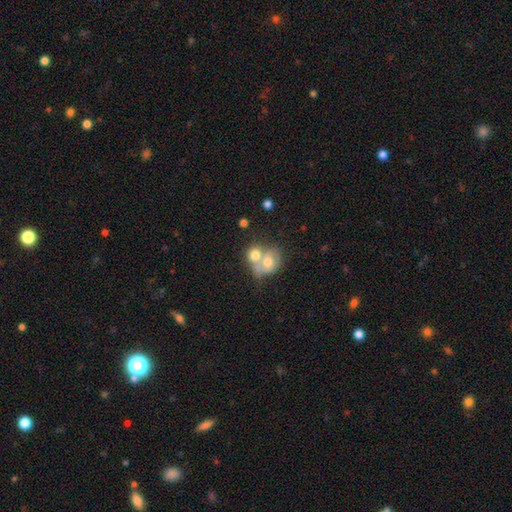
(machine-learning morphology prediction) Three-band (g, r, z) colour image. It shows a smooth galaxy with no disk features (64%) that is round (62%). Merging: merger (70%).